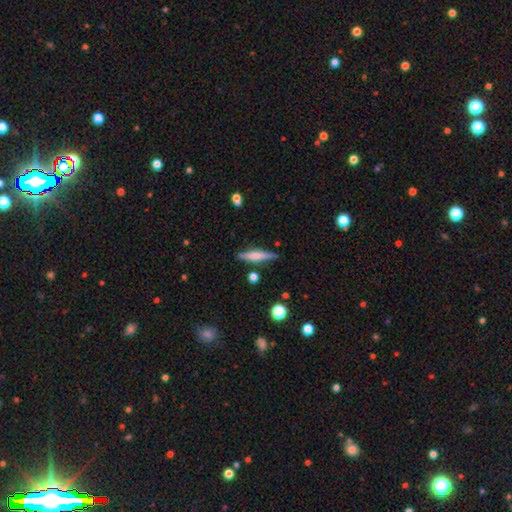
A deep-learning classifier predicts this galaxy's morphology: The model was most divided on "smooth or featured": smooth: 47%, featured or disk: 46%, star or artifact: 7%. More confident: merging — none (84%).